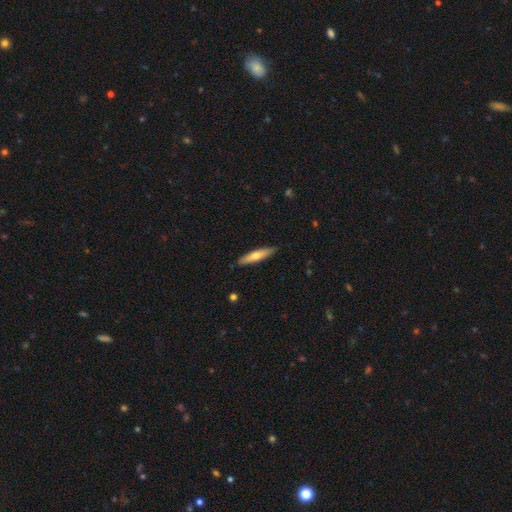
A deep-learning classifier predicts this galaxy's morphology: Smooth or featured: smooth — 60% (featured or disk — 34%)
How rounded: cigar-shaped — 84% (in between — 14%)
Merging: none — 89% (minor disturbance — 8%)